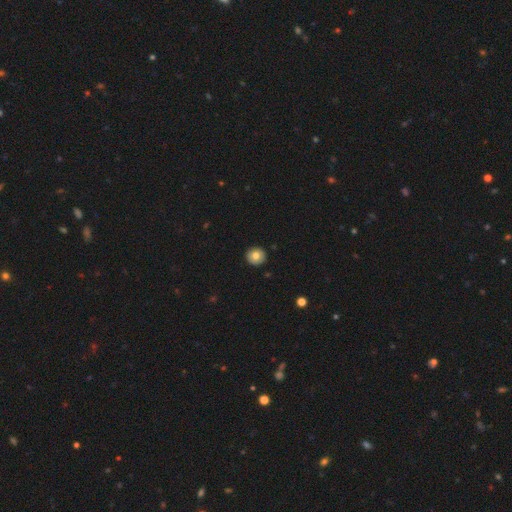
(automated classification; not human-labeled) Smooth or featured? Predicted: smooth (p=0.77). How rounded? Predicted: round (p=0.91). Merging? Predicted: none (p=0.91).